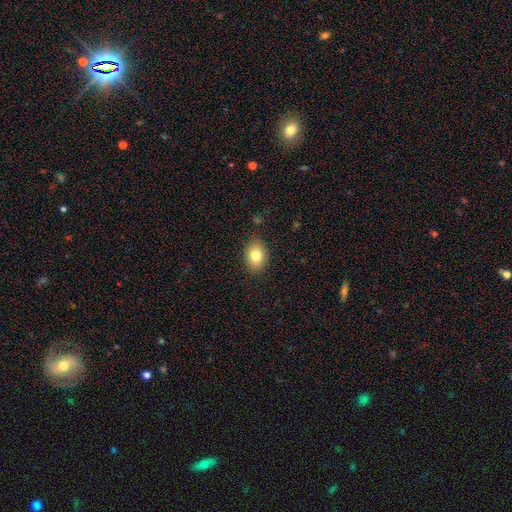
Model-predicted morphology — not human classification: type=smooth (81%); roundness=in between (74%); merging=none (86%).